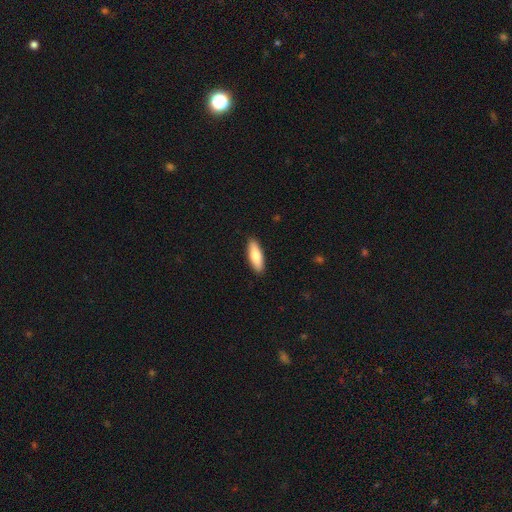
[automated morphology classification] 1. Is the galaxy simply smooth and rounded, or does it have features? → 79% smooth, 15% featured or disk, 5% star or artifact.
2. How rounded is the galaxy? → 51% in between, 47% cigar-shaped, 2% round.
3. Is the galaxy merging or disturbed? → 90% none, 7% minor disturbance, 1% major disturbance, 1% merger.